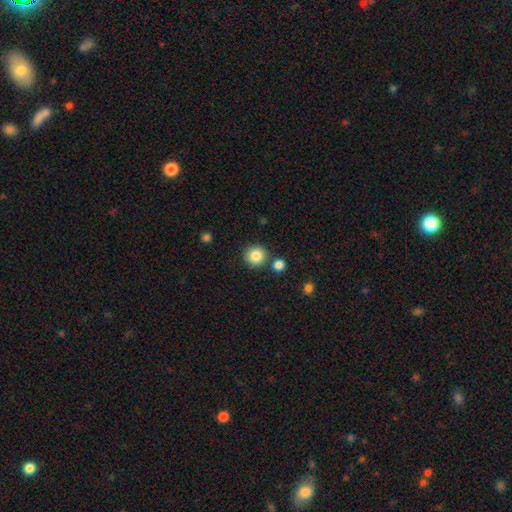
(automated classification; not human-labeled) Smooth or featured? Predicted: smooth (p=0.85). How rounded? Predicted: round (p=0.94). Merging? Predicted: none (p=0.83).